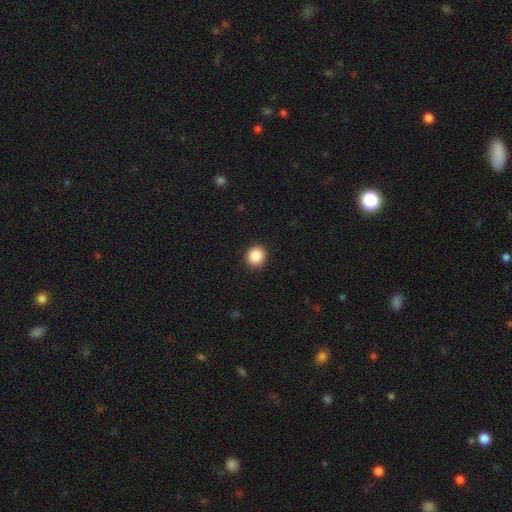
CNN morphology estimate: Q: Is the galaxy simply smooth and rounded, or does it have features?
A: smooth — 88%.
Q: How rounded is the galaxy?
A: round — 89%.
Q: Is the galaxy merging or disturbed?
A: none — 91%.